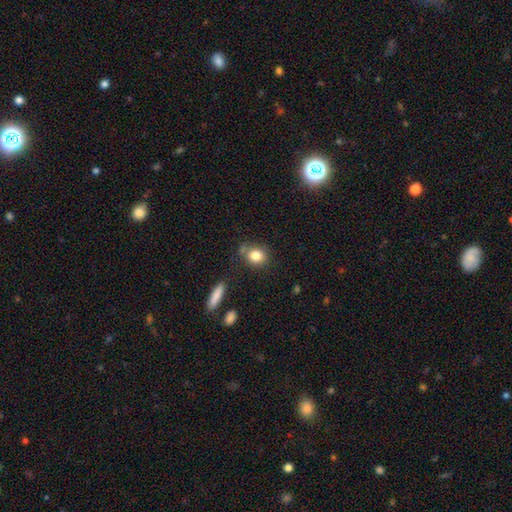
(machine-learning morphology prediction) A smooth galaxy with no disk features (82%) that is round (64%).

Vote fractions:
- Smooth or featured? smooth: 82% / star or artifact: 10% / featured or disk: 8%
- How rounded? round: 64% / in between: 35% / cigar-shaped: 2%
- Merging? none: 70% / minor disturbance: 16% / merger: 9% / major disturbance: 5%